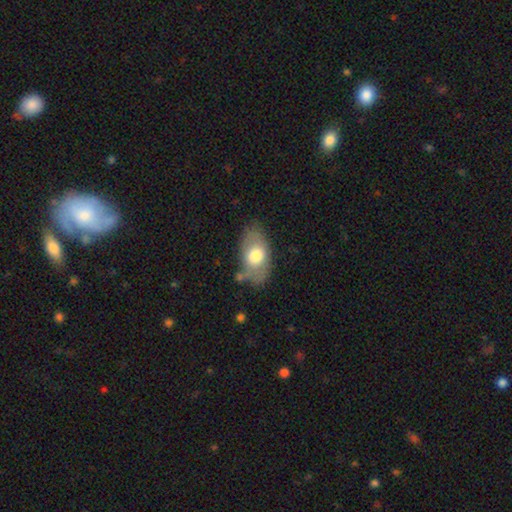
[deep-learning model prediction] A smooth galaxy with no disk features (70%) that is in between round and cigar-shaped (90%). Merging: none (59%).